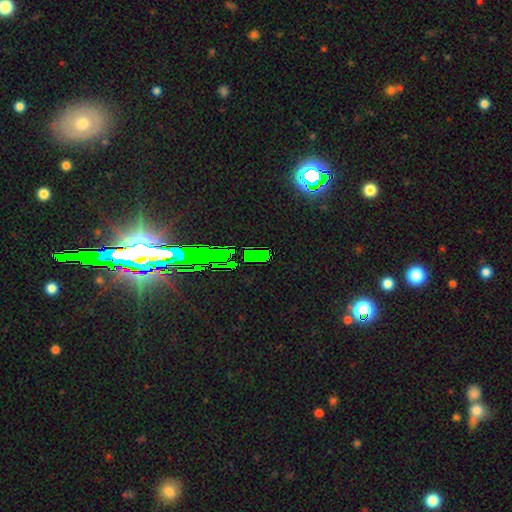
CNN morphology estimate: smooth_or_featured: star or artifact (p=0.70) [alt: smooth p=0.18]